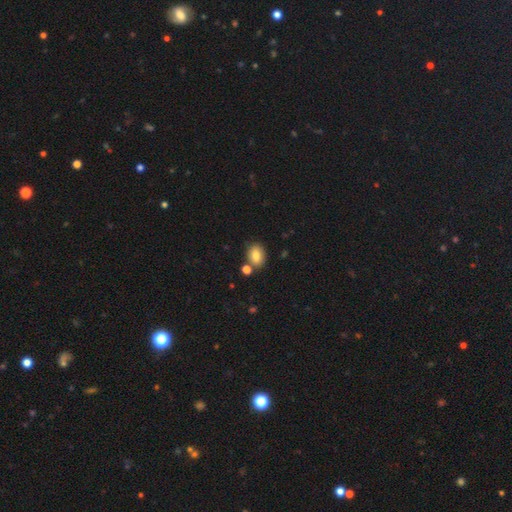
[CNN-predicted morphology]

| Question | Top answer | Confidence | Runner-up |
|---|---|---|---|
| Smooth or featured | smooth | 82% | star or artifact (9%) |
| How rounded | in between | 75% | round (23%) |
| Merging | none | 74% | merger (12%) |